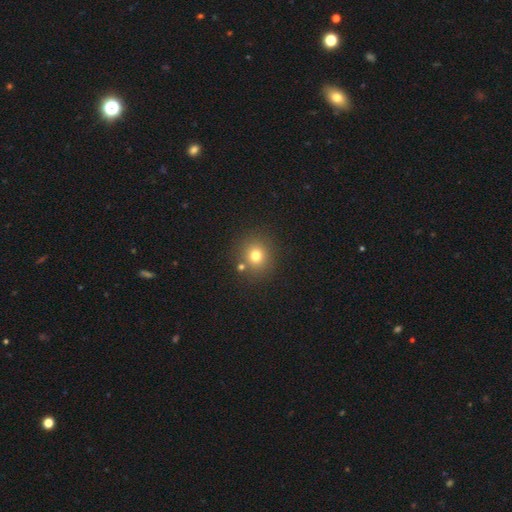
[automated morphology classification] Smooth or featured? smooth (75%)
How rounded? round (86%)
Merging? none (80%)